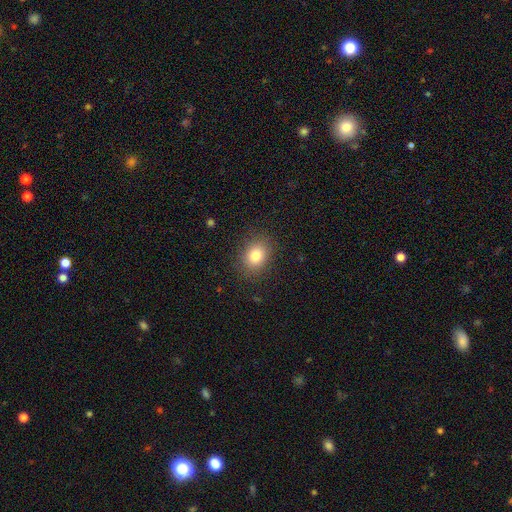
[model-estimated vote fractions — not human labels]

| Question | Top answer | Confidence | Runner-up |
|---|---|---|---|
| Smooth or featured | smooth | 81% | star or artifact (11%) |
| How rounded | in between | 50% | round (49%) |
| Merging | none | 86% | minor disturbance (9%) |